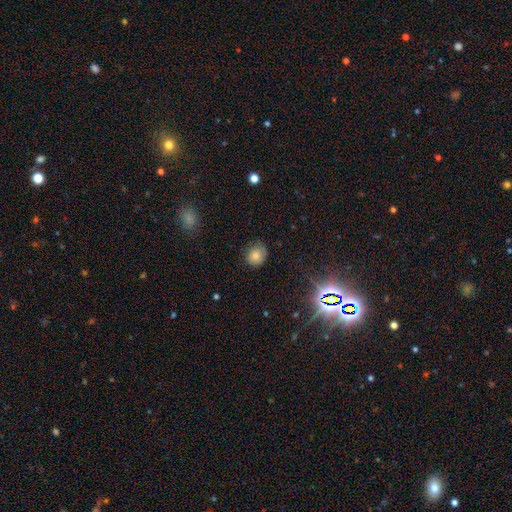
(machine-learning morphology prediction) A smooth galaxy with no disk features (77%) that is round (77%). Merging: none (79%).